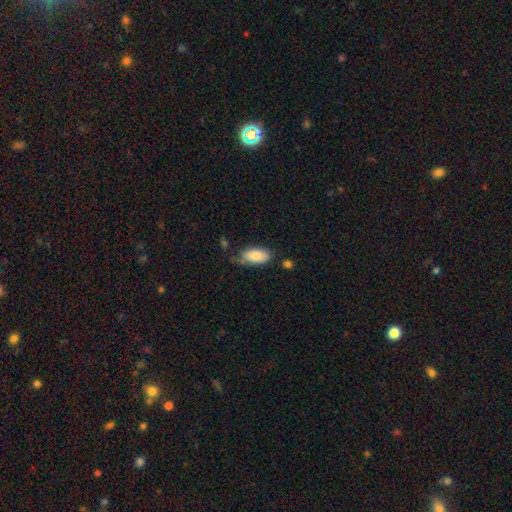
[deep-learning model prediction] A smooth galaxy with no disk features (84%) that is in between round and cigar-shaped (93%).

Vote fractions:
- Smooth or featured? smooth: 84% / featured or disk: 9% / star or artifact: 7%
- How rounded? in between: 93% / cigar-shaped: 5% / round: 2%
- Merging? none: 60% / minor disturbance: 27% / major disturbance: 7% / merger: 5%